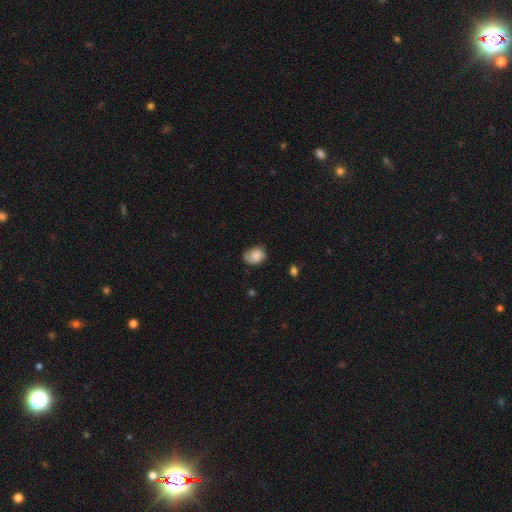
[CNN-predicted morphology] type=smooth (73%); roundness=in between (57%); merging=none (58%).